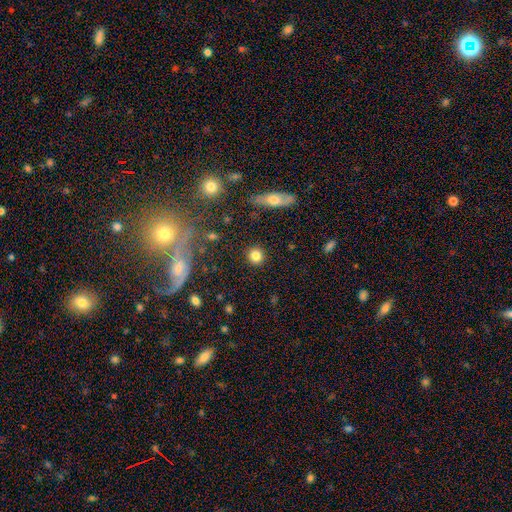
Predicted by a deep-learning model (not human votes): Morphology: type=smooth (83%); roundness=round (91%); merging=none (90%).